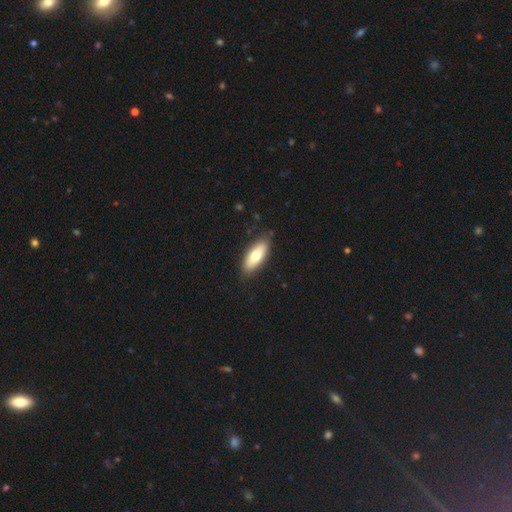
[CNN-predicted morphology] A smooth galaxy with no disk features (74%) that is in between round and cigar-shaped (72%). Merging: none (85%).